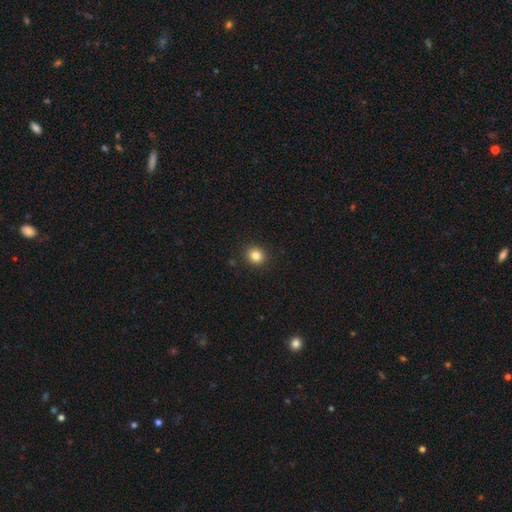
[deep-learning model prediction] Smooth or featured? Predicted: smooth (p=0.84). How rounded? Predicted: round (p=0.86). Merging? Predicted: none (p=0.91).